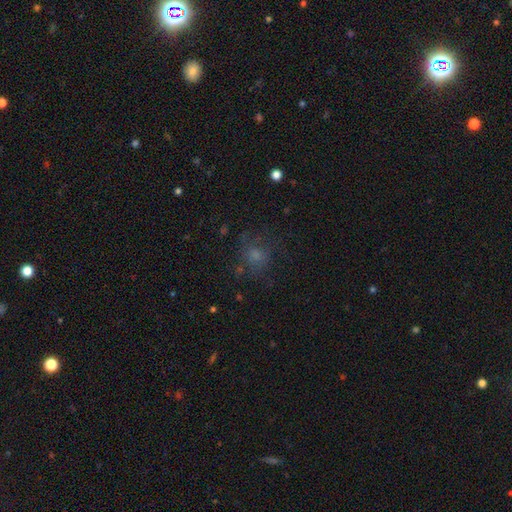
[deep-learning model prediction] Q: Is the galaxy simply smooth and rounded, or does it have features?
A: smooth — 65%.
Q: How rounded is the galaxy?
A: round — 79%.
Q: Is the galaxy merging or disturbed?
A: none — 64%.